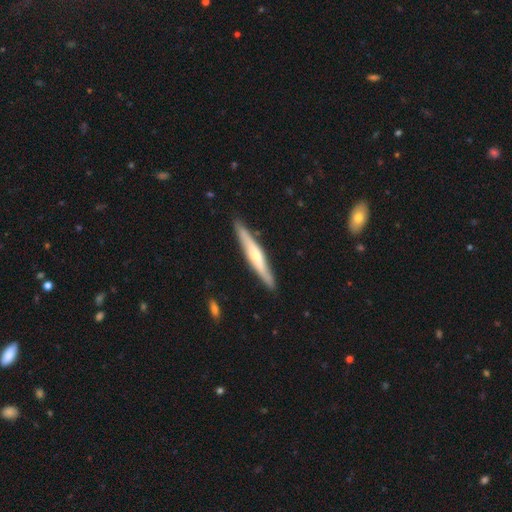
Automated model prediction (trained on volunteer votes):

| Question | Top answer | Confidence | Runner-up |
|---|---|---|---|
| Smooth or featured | featured or disk | 60% | smooth (35%) |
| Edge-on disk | yes | 92% | no (8%) |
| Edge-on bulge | rounded | 77% | none (17%) |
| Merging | none | 88% | minor disturbance (9%) |